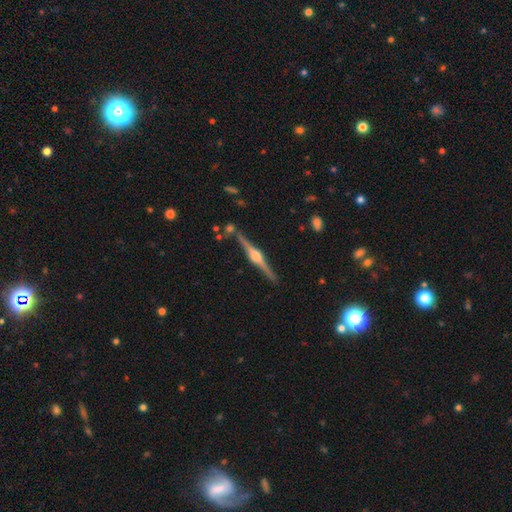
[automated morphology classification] Smooth or featured?
  - featured or disk: 87% *
  - smooth: 8%
  - star or artifact: 5%
Edge-on disk?
  - yes: 98% *
  - no: 2%
Edge-on bulge?
  - rounded: 93% *
  - boxy: 5%
  - none: 2%
Merging?
  - none: 87% *
  - minor disturbance: 8%
  - merger: 3%
  - major disturbance: 2%